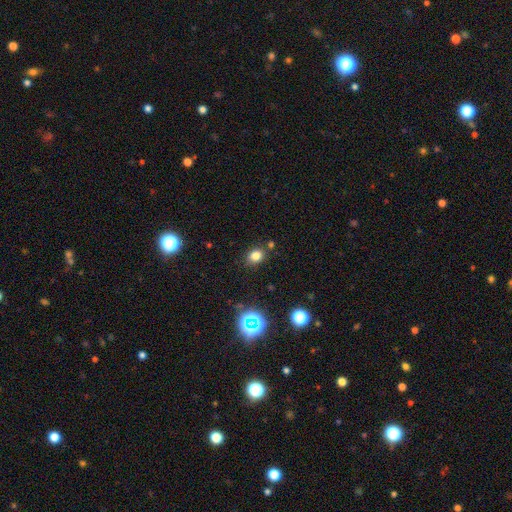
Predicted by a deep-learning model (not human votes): Smooth or featured? Predicted: smooth (p=0.76). How rounded? Predicted: round (p=0.52). Merging? Predicted: none (p=0.81).